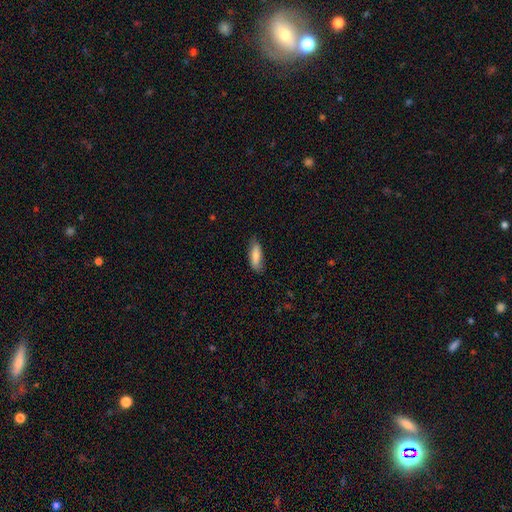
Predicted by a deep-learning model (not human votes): smooth-or-featured: smooth: 79% | featured or disk: 15% | star or artifact: 6%
  how-rounded: in between: 60% | cigar-shaped: 39% | round: 2%
  merging: none: 77% | minor disturbance: 19% | major disturbance: 3% | merger: 1%